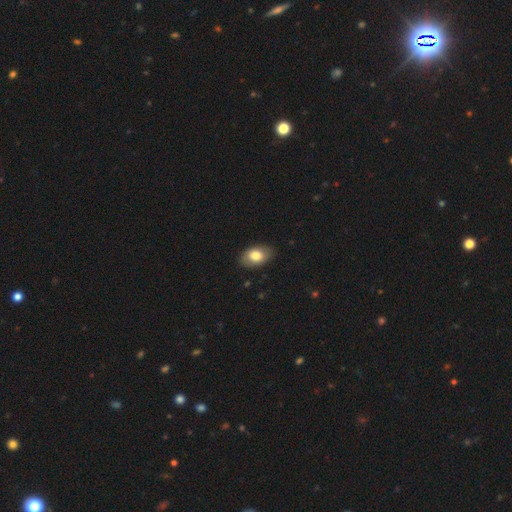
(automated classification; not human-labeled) smooth_or_featured: smooth (p=0.78) [alt: featured or disk p=0.15]
how_rounded: in between (p=0.89) [alt: round p=0.09]
merging: none (p=0.84) [alt: minor disturbance p=0.13]